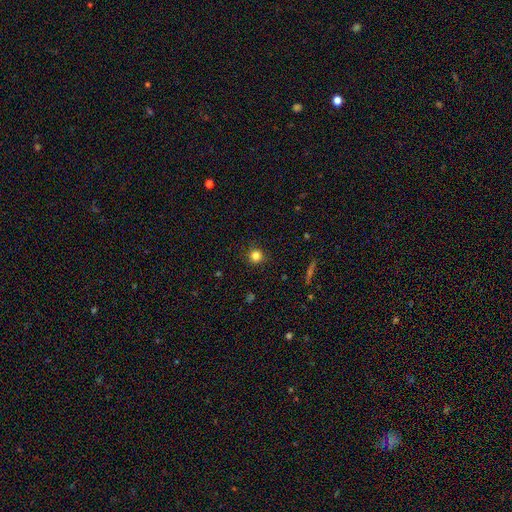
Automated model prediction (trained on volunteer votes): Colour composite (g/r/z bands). It shows a smooth galaxy with no disk features (82%) that is round (94%). Merging: none (90%).